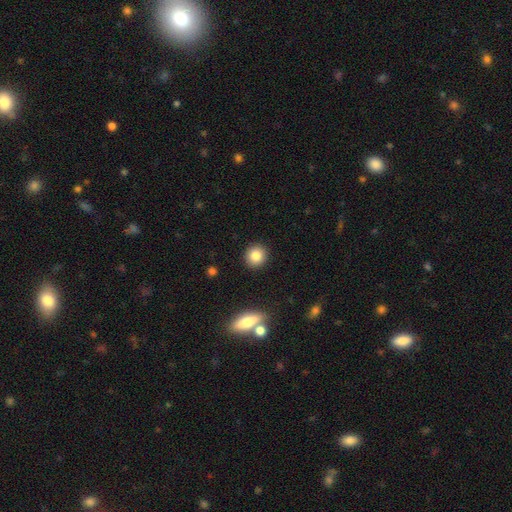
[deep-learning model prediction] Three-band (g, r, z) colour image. It shows a smooth galaxy with no disk features (83%) that is round (88%). Merging: none (90%).